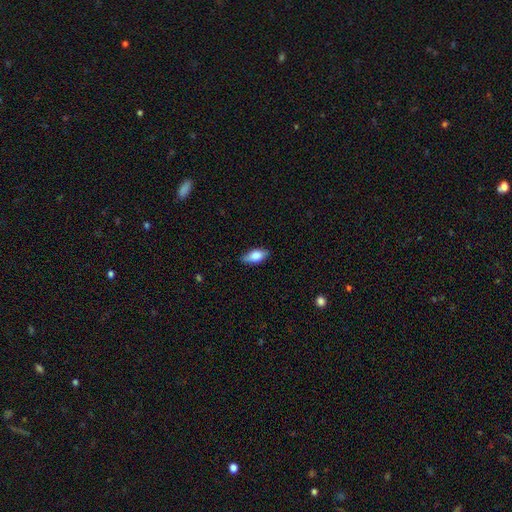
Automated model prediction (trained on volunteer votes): Smooth or featured? smooth (77%)
How rounded? in between (85%)
Merging? none (81%)